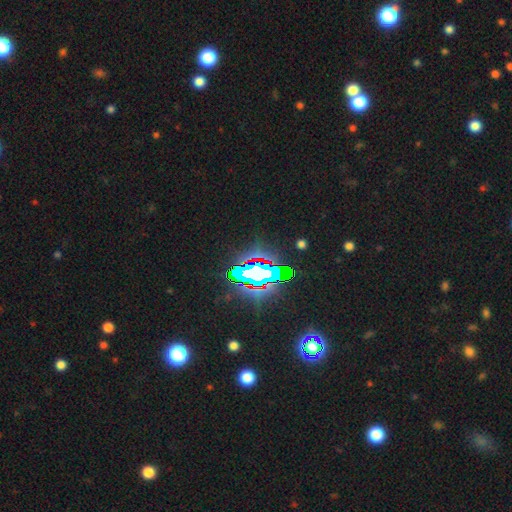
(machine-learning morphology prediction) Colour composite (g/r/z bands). It shows a star or artifact, not a galaxy (81%).